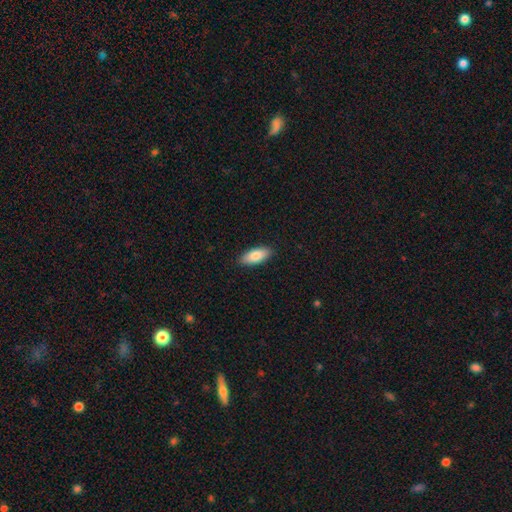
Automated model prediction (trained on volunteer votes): smooth_or_featured: smooth (p=0.83) [alt: featured or disk p=0.10]
how_rounded: in between (p=0.83) [alt: cigar-shaped p=0.15]
merging: none (p=0.89) [alt: minor disturbance p=0.08]